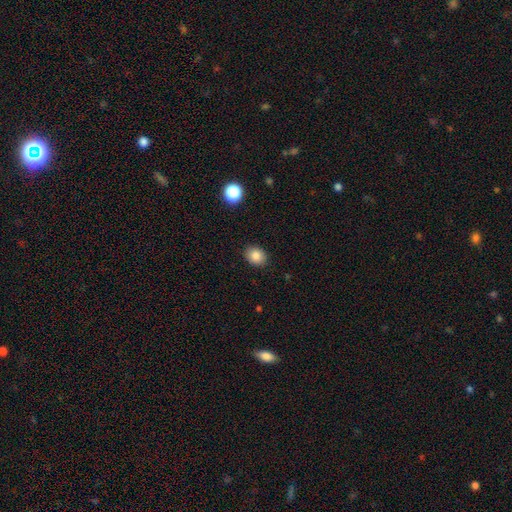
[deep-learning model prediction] The model was most divided on "how rounded": round: 53%, in between: 46%, cigar-shaped: 1%. More confident: merging — none (89%); smooth or featured — smooth (84%).